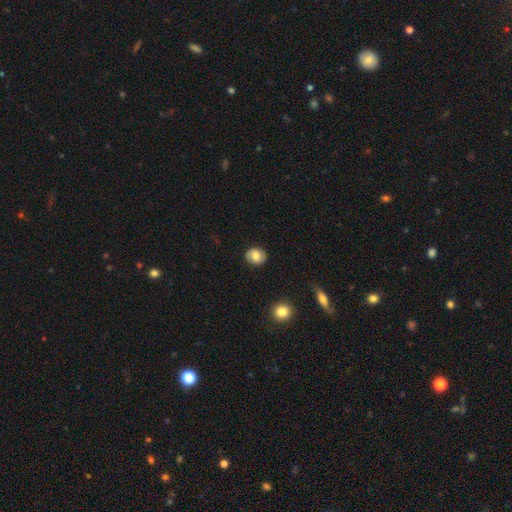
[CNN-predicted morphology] Smooth or featured?
  - smooth: 57% *
  - featured or disk: 34%
  - star or artifact: 9%
How rounded?
  - round: 66% *
  - in between: 33%
  - cigar-shaped: 1%
Merging?
  - none: 85% *
  - minor disturbance: 11%
  - major disturbance: 3%
  - merger: 1%